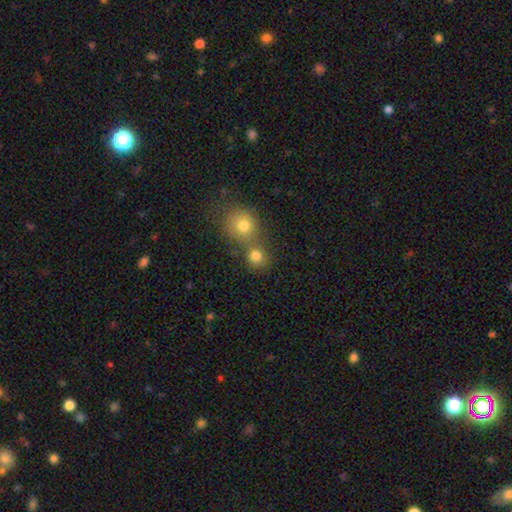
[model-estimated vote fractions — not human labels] The model was most divided on "merging": none: 51%, merger: 40%, minor disturbance: 6%, major disturbance: 3%. More confident: how rounded — round (86%); smooth or featured — smooth (79%).